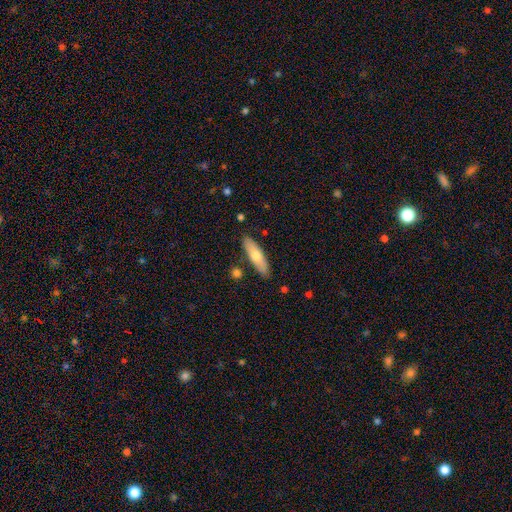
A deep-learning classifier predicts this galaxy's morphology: Smooth or featured: smooth — 64% (featured or disk — 31%)
How rounded: cigar-shaped — 61% (in between — 37%)
Merging: none — 85% (minor disturbance — 10%)